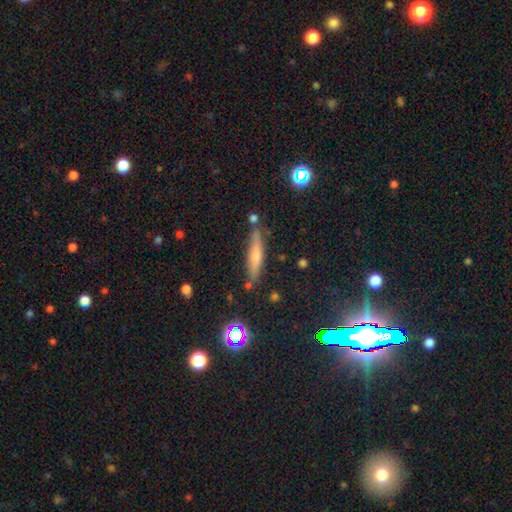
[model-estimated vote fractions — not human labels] This is possibly a smooth galaxy (51%). How rounded: clearly cigar-shaped (83%). Merging: likely none (78%).